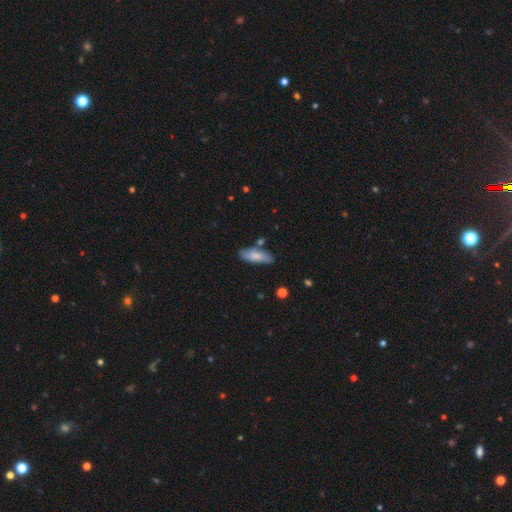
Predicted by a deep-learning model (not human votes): This appears to be a smooth galaxy with no disk features (76%) that is in between round and cigar-shaped (62%). Merging: none (73%).